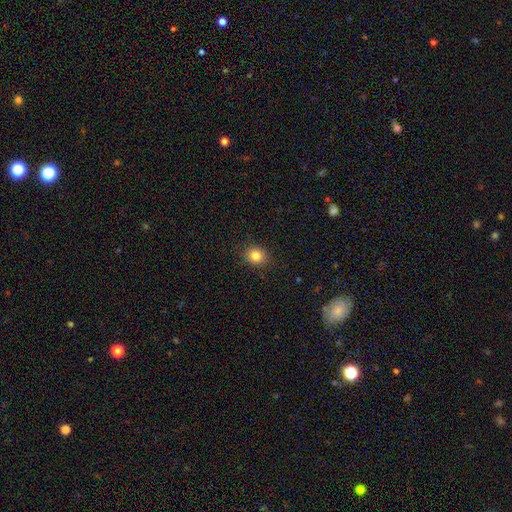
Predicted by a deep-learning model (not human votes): Overall: smooth (83%). How rounded: round (77%). Merging: none (88%).